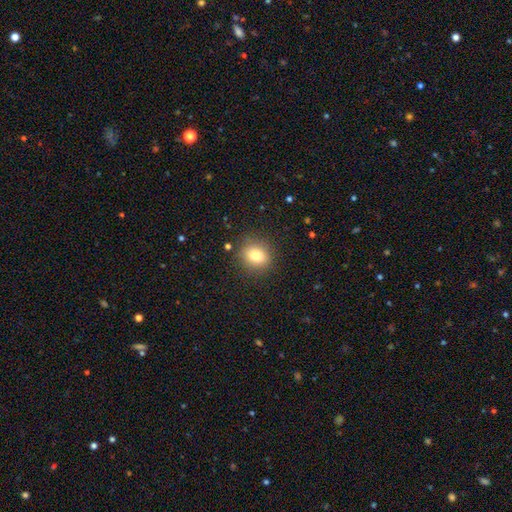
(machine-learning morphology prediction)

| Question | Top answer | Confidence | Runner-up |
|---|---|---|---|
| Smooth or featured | smooth | 80% | star or artifact (11%) |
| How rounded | round | 67% | in between (32%) |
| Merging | none | 86% | minor disturbance (10%) |